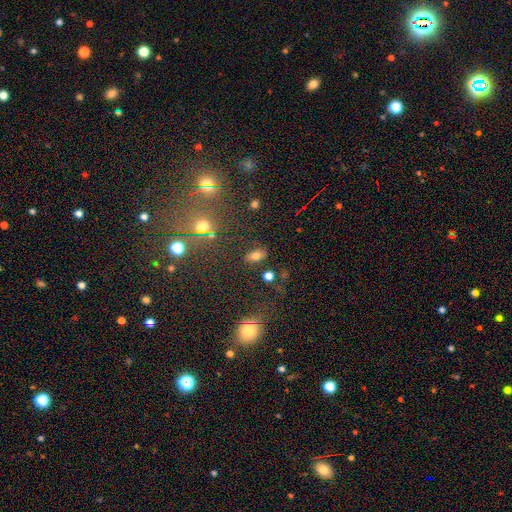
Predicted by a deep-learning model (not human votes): Smooth or featured?
  - smooth: 72% *
  - star or artifact: 16%
  - featured or disk: 12%
How rounded?
  - in between: 86% *
  - round: 9%
  - cigar-shaped: 5%
Merging?
  - none: 81% *
  - minor disturbance: 11%
  - merger: 4%
  - major disturbance: 4%